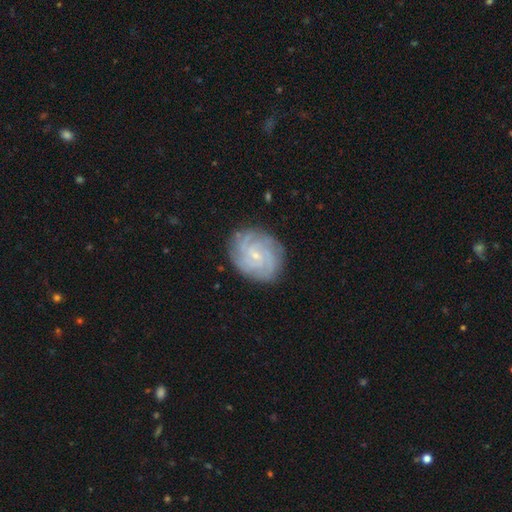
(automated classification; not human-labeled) Smooth or featured? featured or disk (83%)
Edge-on disk? no (98%)
Bar? no (62%)
Spiral arms? yes (97%)
Spiral winding? tight (71%)
Spiral arm count? 4 (28%)
Bulge size? small (80%)
Merging? none (83%)